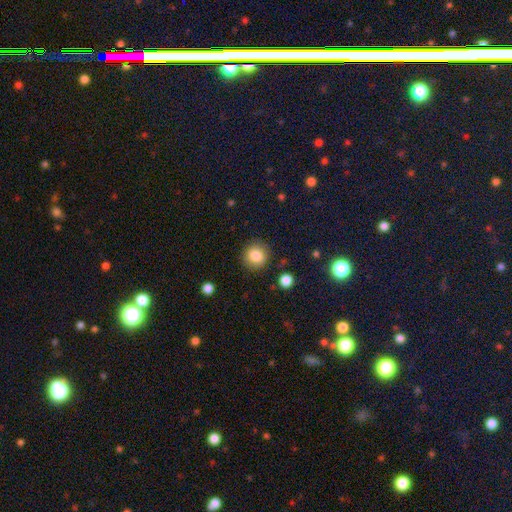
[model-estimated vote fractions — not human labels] Morphology: type=smooth (83%); roundness=round (90%); merging=none (88%).